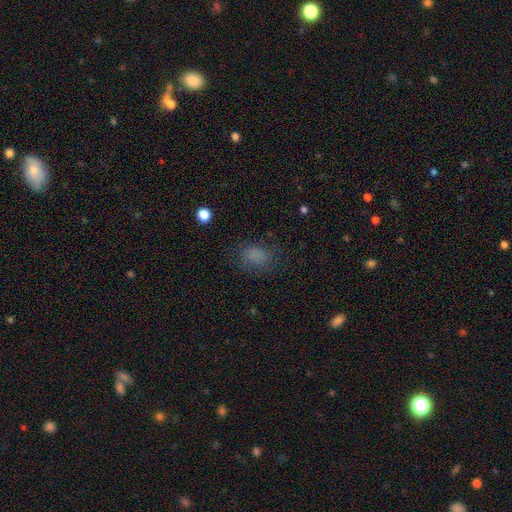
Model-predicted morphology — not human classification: Smooth or featured: smooth — 78% (star or artifact — 15%)
How rounded: in between — 70% (round — 29%)
Merging: none — 71% (minor disturbance — 18%)